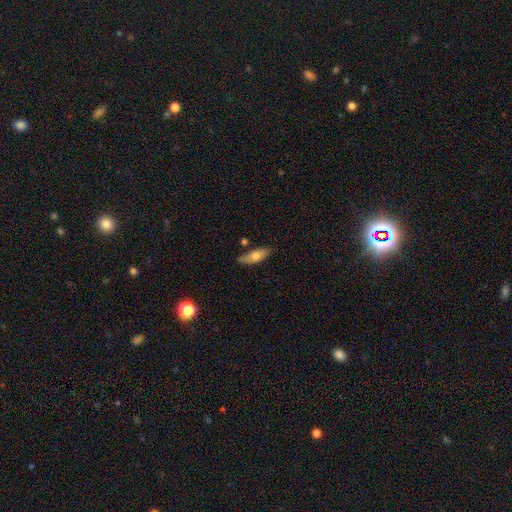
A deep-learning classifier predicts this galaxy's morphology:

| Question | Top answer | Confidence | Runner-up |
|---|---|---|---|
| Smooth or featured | smooth | 65% | featured or disk (29%) |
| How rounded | in between | 57% | cigar-shaped (41%) |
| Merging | none | 74% | minor disturbance (18%) |